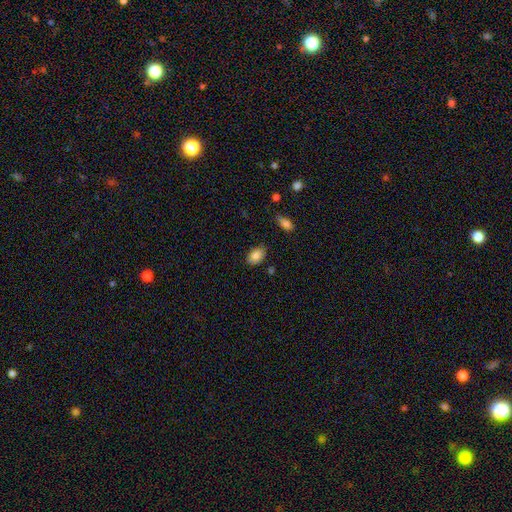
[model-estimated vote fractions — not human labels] This is clearly a smooth galaxy (85%). How rounded: clearly in between (84%). Merging: clearly none (81%).